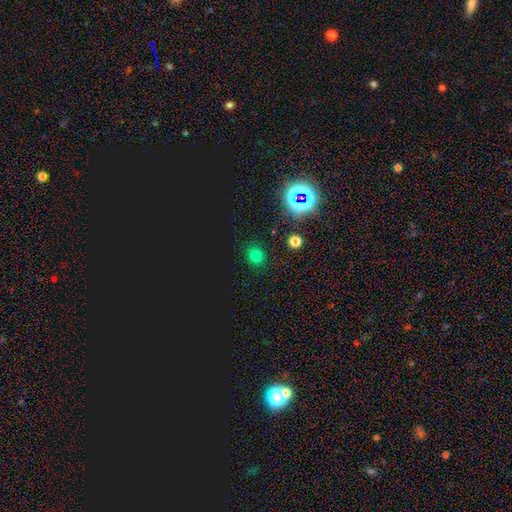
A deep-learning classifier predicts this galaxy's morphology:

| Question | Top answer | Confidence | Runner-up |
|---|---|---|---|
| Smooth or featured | smooth | 66% | star or artifact (29%) |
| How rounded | round | 82% | in between (17%) |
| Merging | none | 87% | minor disturbance (8%) |